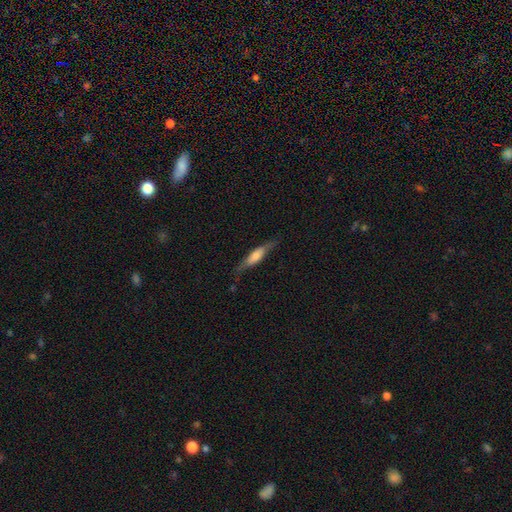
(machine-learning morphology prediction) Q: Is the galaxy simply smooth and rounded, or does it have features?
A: featured or disk — 49%.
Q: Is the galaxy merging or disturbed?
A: none — 76%.